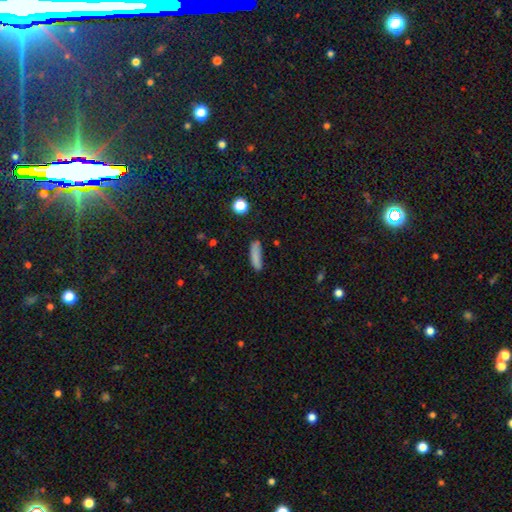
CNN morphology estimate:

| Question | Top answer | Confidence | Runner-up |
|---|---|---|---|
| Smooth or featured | smooth | 82% | star or artifact (10%) |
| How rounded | cigar-shaped | 63% | in between (34%) |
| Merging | none | 69% | minor disturbance (22%) |